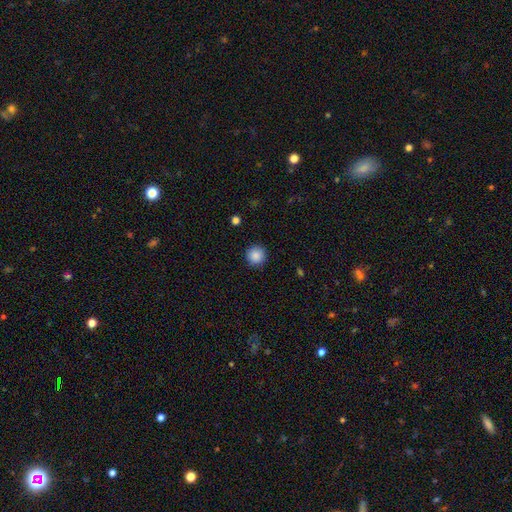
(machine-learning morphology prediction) The model was most divided on "smooth or featured": smooth: 88%, star or artifact: 9%, featured or disk: 3%. More confident: how rounded — round (95%); merging — none (91%).